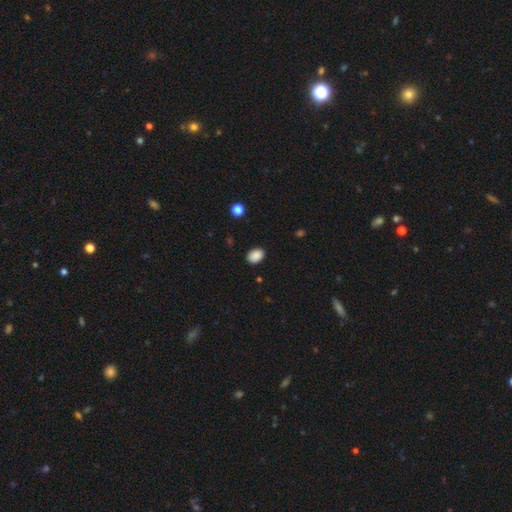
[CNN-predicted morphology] Smooth or featured? smooth (89%)
How rounded? in between (76%)
Merging? none (87%)